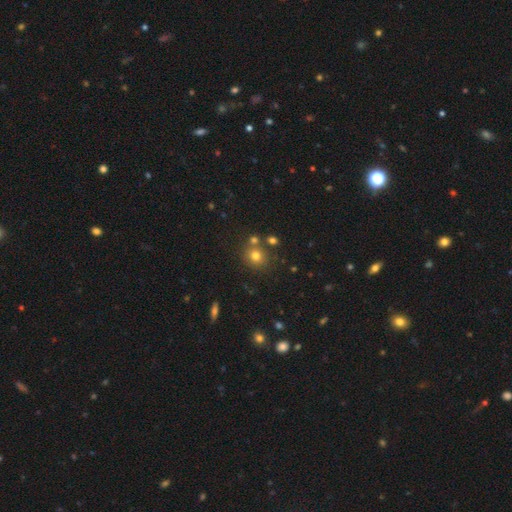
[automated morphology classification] Smooth or featured: smooth — 74% (star or artifact — 16%)
How rounded: round — 84% (in between — 15%)
Merging: none — 72% (merger — 15%)